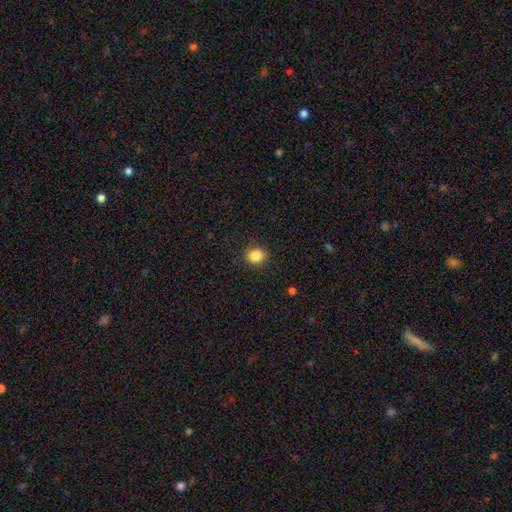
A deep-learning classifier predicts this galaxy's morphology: Smooth or featured?
  - smooth: 86% *
  - star or artifact: 10%
  - featured or disk: 4%
How rounded?
  - round: 60% *
  - in between: 39%
  - cigar-shaped: 1%
Merging?
  - none: 89% *
  - minor disturbance: 7%
  - major disturbance: 2%
  - merger: 1%